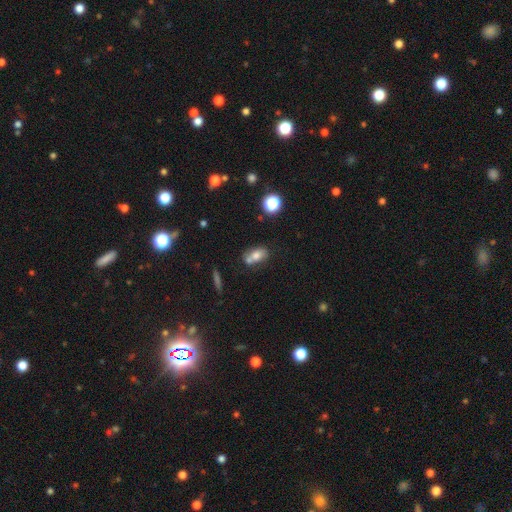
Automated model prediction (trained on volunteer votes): Smooth or featured? Predicted: smooth (p=0.71). How rounded? Predicted: in between (p=0.80). Merging? Predicted: none (p=0.47).